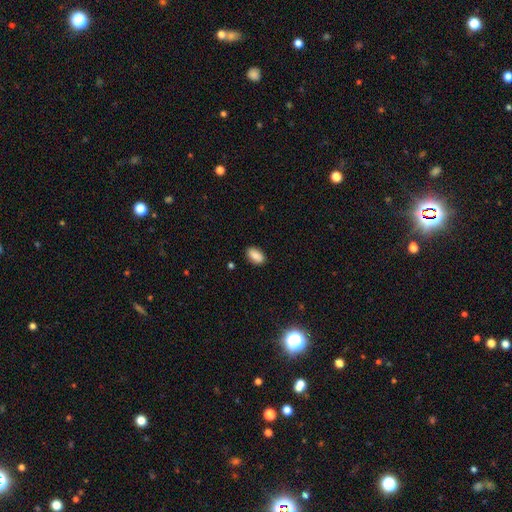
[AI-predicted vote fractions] Morphology: type=smooth (84%); roundness=in between (91%); merging=none (87%).